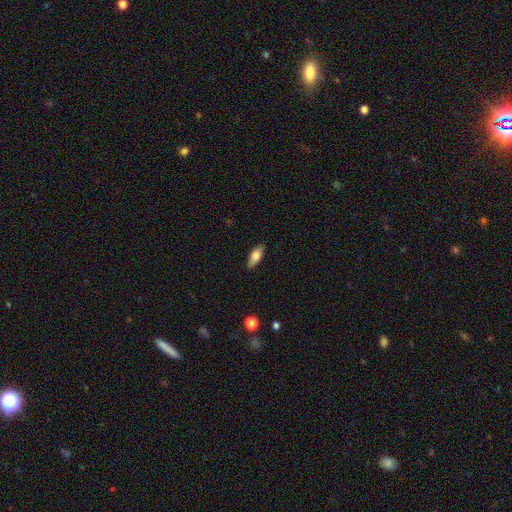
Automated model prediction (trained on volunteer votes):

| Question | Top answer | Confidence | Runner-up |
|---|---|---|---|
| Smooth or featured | smooth | 77% | featured or disk (16%) |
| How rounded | in between | 76% | cigar-shaped (21%) |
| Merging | none | 85% | minor disturbance (12%) |